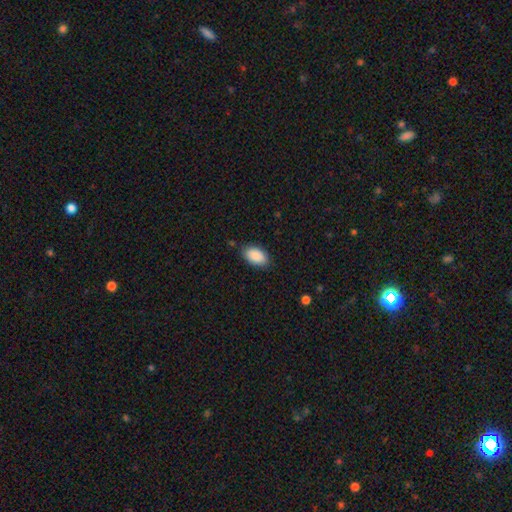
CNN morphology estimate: smooth_or_featured: smooth (p=0.90) [alt: star or artifact p=0.06]
how_rounded: in between (p=0.94) [alt: round p=0.05]
merging: none (p=0.84) [alt: minor disturbance p=0.12]